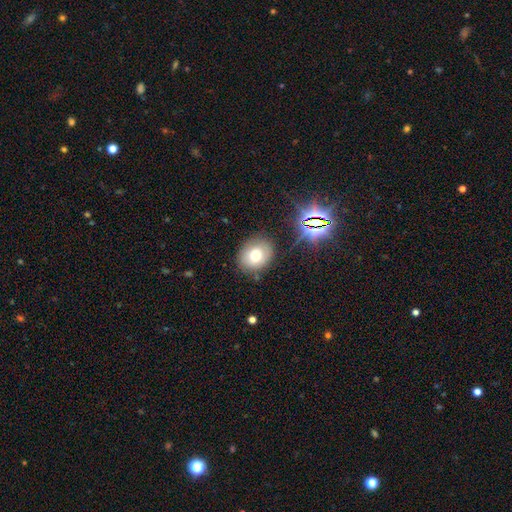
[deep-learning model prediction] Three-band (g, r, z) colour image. It shows a smooth galaxy with no disk features (70%) that is round (55%). Merging: none (81%).